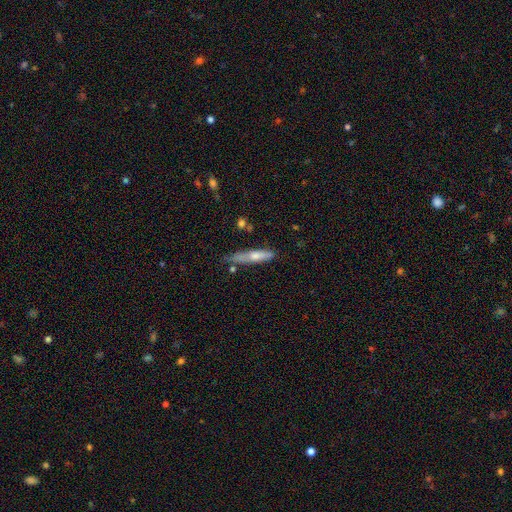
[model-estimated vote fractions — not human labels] Smooth or featured: smooth — 54% (featured or disk — 39%)
How rounded: cigar-shaped — 88% (in between — 10%)
Merging: none — 70% (minor disturbance — 21%)